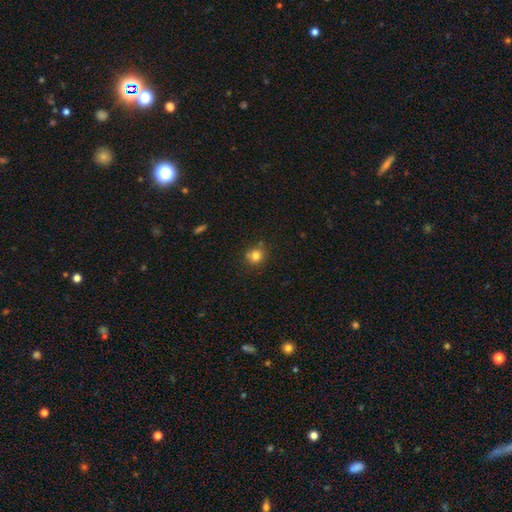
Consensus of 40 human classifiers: smooth 75%, featured or disk 12%, star or artifact 12%. Down the decision tree: how rounded — round (93%); merging — none (74%).